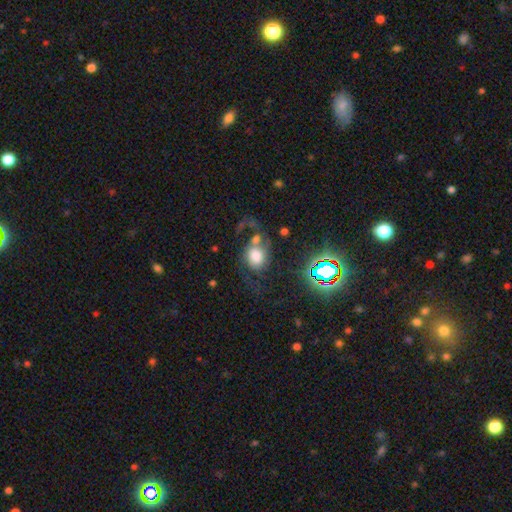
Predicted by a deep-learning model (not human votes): Smooth or featured: smooth — 52% (featured or disk — 34%)
How rounded: round — 60% (in between — 38%)
Merging: none — 30% (major disturbance — 28%)